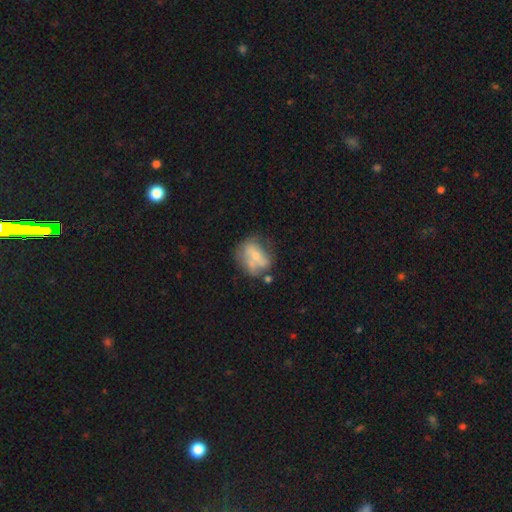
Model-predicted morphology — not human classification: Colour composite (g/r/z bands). It shows a featured or disk galaxy (47%). Merging: none (40%).